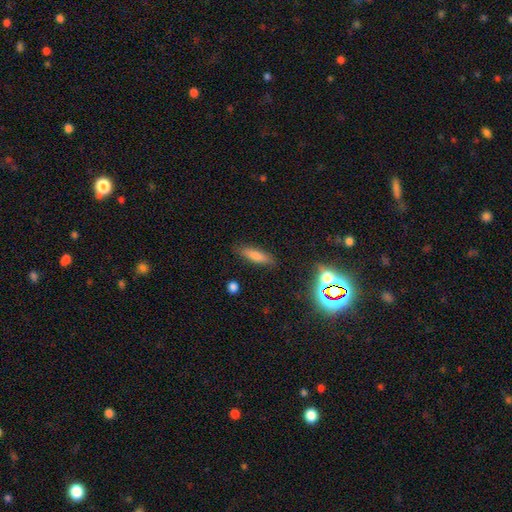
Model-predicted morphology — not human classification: type=smooth (79%); roundness=cigar-shaped (64%); merging=none (86%).